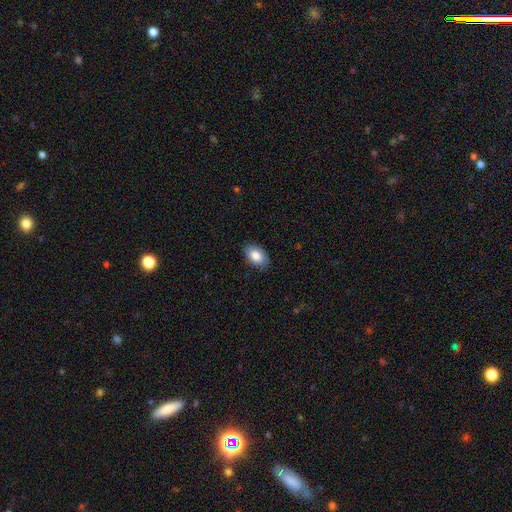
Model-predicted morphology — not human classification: Smooth or featured?
  - smooth: 85% *
  - featured or disk: 9%
  - star or artifact: 7%
How rounded?
  - in between: 89% *
  - round: 10%
  - cigar-shaped: 1%
Merging?
  - none: 85% *
  - minor disturbance: 11%
  - major disturbance: 2%
  - merger: 1%